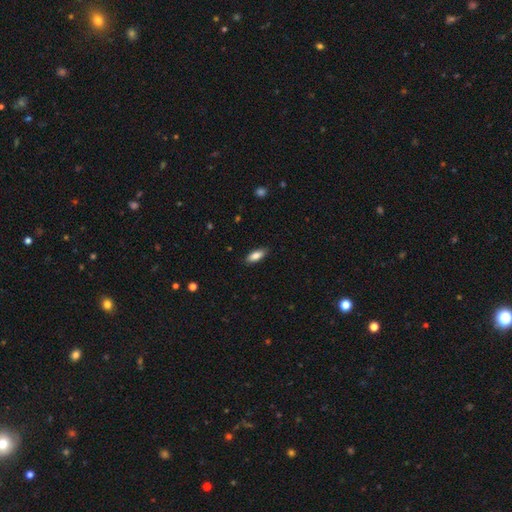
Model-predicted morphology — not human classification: smooth-or-featured: smooth: 85% | featured or disk: 8% | star or artifact: 7%
  how-rounded: in between: 78% | cigar-shaped: 20% | round: 2%
  merging: none: 87% | minor disturbance: 10% | major disturbance: 2% | merger: 1%